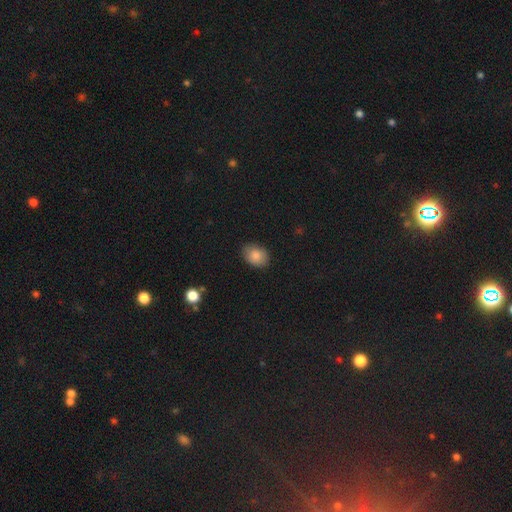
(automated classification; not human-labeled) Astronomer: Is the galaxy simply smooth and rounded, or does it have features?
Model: smooth — 85%.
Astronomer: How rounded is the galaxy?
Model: in between — 69%.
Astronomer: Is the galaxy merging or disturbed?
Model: none — 83%.